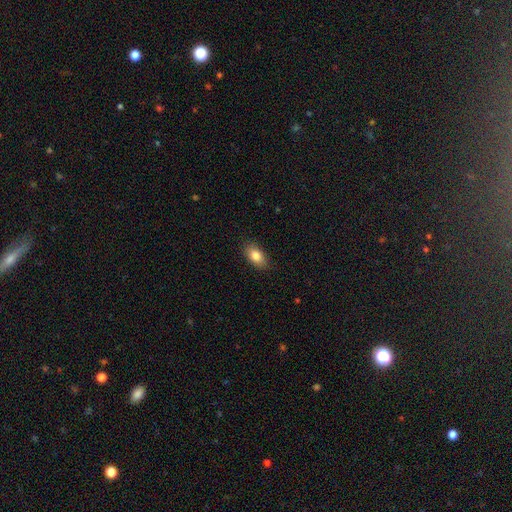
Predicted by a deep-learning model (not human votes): The model was most divided on "smooth or featured": smooth: 84%, featured or disk: 9%, star or artifact: 8%. More confident: how rounded — in between (90%); merging — none (86%).